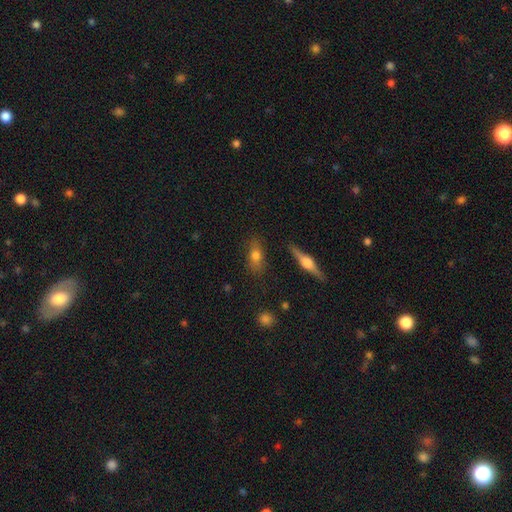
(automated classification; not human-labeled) Smooth or featured? Predicted: smooth (p=0.65). How rounded? Predicted: in between (p=0.74). Merging? Predicted: none (p=0.80).